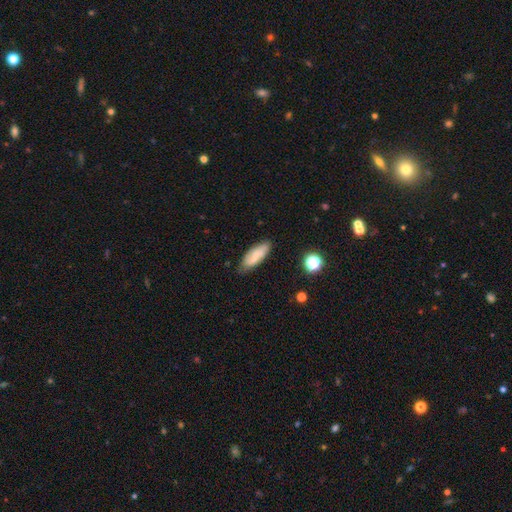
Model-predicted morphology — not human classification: Smooth or featured?
  - smooth: 55% *
  - featured or disk: 37%
  - star or artifact: 8%
How rounded?
  - in between: 69% *
  - cigar-shaped: 29%
  - round: 3%
Merging?
  - none: 77% *
  - minor disturbance: 17%
  - major disturbance: 4%
  - merger: 2%